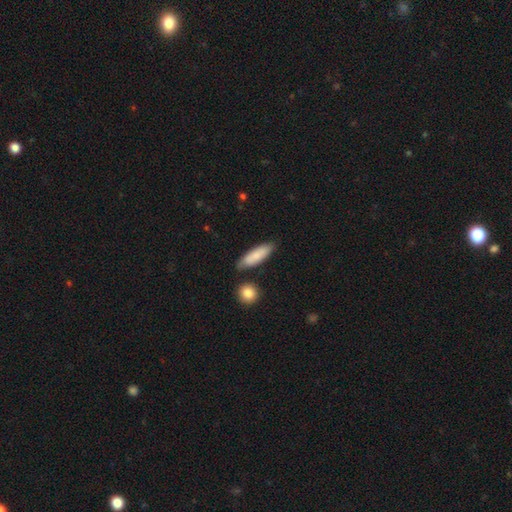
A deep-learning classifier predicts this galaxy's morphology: Q: Smooth or featured?
A: smooth (79%); runner-up: featured or disk (15%)
Q: How rounded?
A: in between (52%); runner-up: cigar-shaped (46%)
Q: Merging?
A: none (75%); runner-up: minor disturbance (16%)